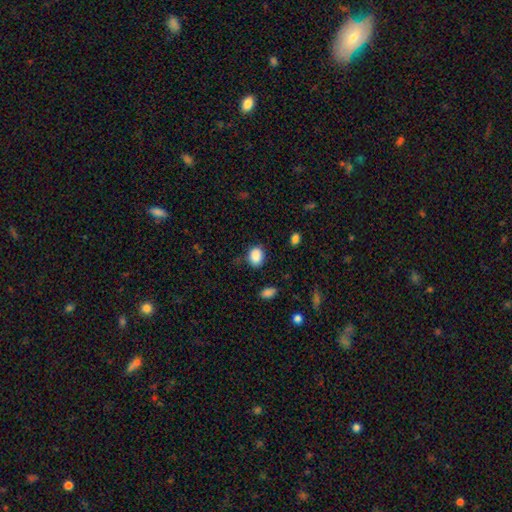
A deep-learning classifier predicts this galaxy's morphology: This is clearly a smooth galaxy (88%). How rounded: likely in between (64%). Merging: likely none (77%).